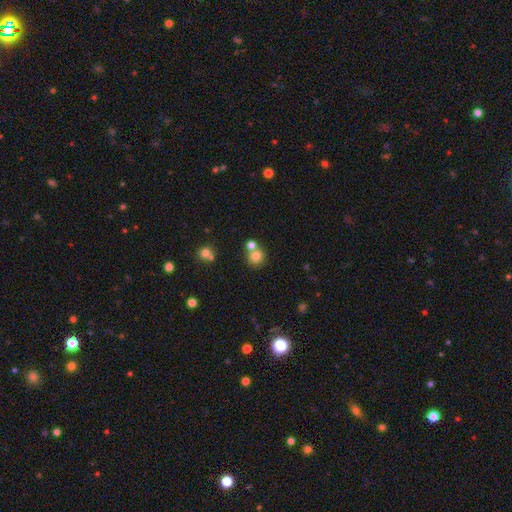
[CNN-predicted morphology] Q: Smooth or featured?
A: smooth (78%); runner-up: star or artifact (13%)
Q: How rounded?
A: round (88%); runner-up: in between (11%)
Q: Merging?
A: none (60%); runner-up: merger (28%)